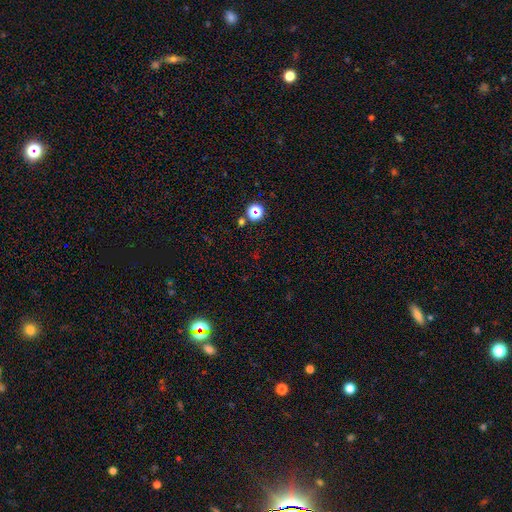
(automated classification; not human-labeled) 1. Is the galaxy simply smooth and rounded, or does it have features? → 62% star or artifact, 30% smooth, 8% featured or disk.